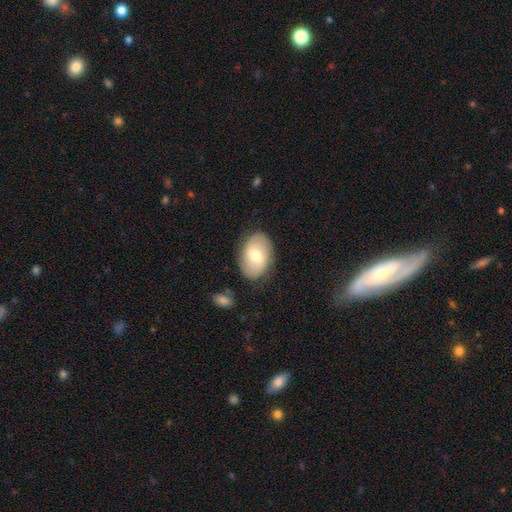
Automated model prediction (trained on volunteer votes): smooth 65%, featured or disk 29%, star or artifact 7%. Down the decision tree: how rounded — in between (87%); merging — none (83%).